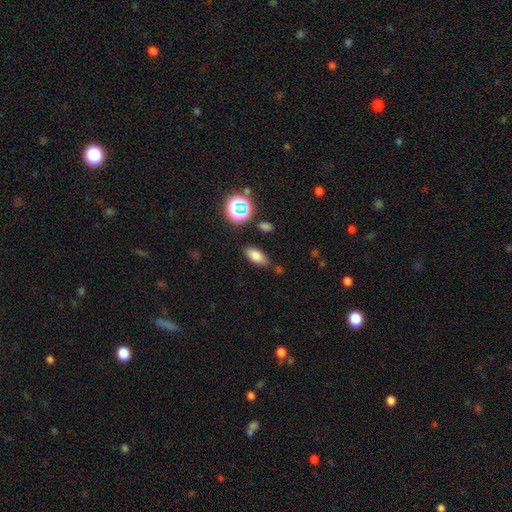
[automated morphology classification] smooth_or_featured: smooth (p=0.75) [alt: star or artifact p=0.14]
how_rounded: in between (p=0.84) [alt: cigar-shaped p=0.10]
merging: none (p=0.77) [alt: minor disturbance p=0.14]